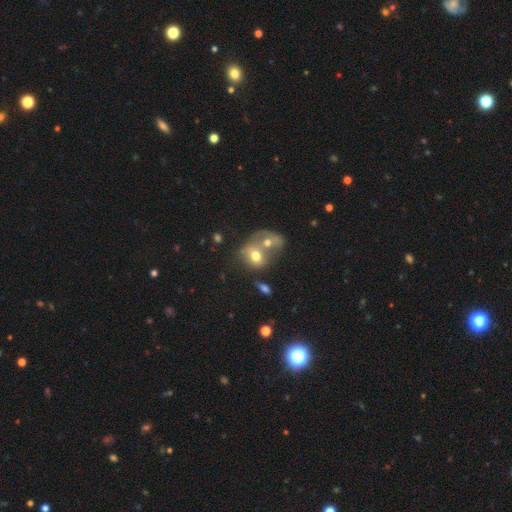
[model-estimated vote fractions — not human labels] Morphology: type=smooth (64%); roundness=round (56%); merging=merger (70%).